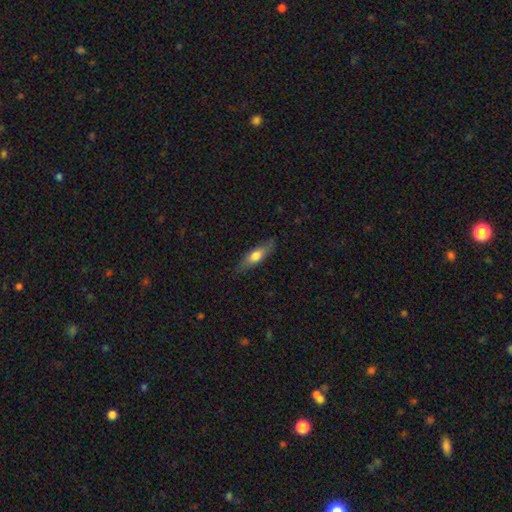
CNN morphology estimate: This appears to be a smooth galaxy with no disk features (63%) that is cigar-shaped (55%). Merging: none (81%).